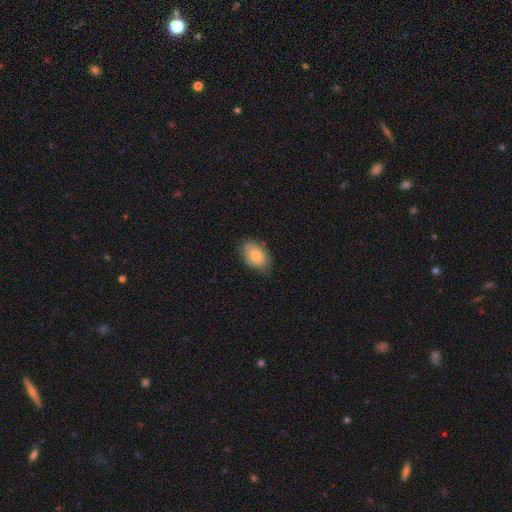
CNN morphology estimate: This appears to be a smooth galaxy with no disk features (79%) that is in between round and cigar-shaped (86%). Merging: none (67%).